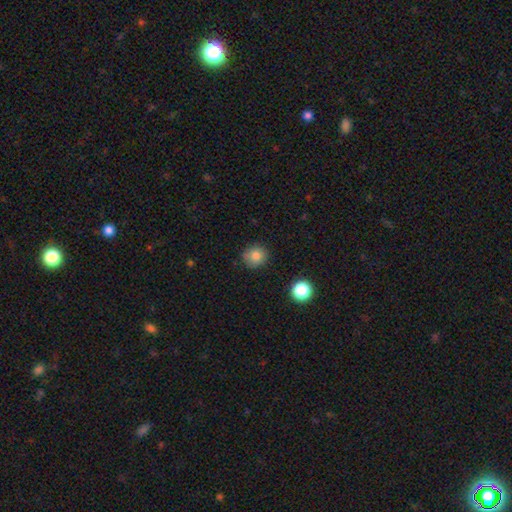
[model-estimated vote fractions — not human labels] Smooth or featured?
  - smooth: 82% *
  - star or artifact: 11%
  - featured or disk: 7%
How rounded?
  - round: 87% *
  - in between: 12%
  - cigar-shaped: 1%
Merging?
  - none: 83% *
  - minor disturbance: 13%
  - major disturbance: 3%
  - merger: 2%